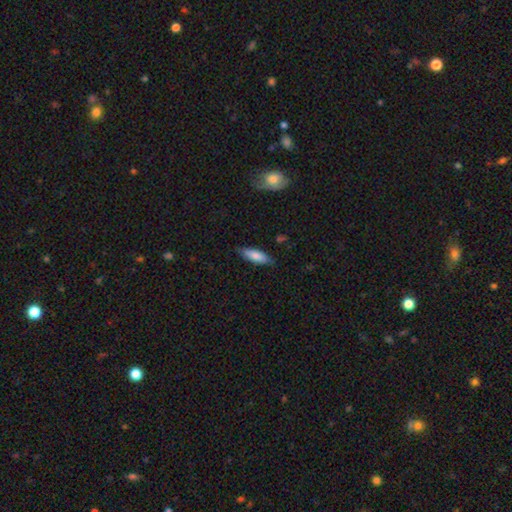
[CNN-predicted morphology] smooth 81%, featured or disk 14%, star or artifact 6%. Down the decision tree: how rounded — in between (57%); merging — none (81%).